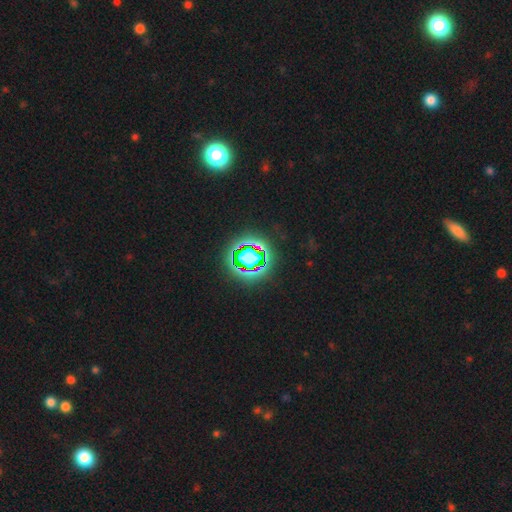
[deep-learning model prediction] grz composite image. It shows a star or artifact, not a galaxy (74%).